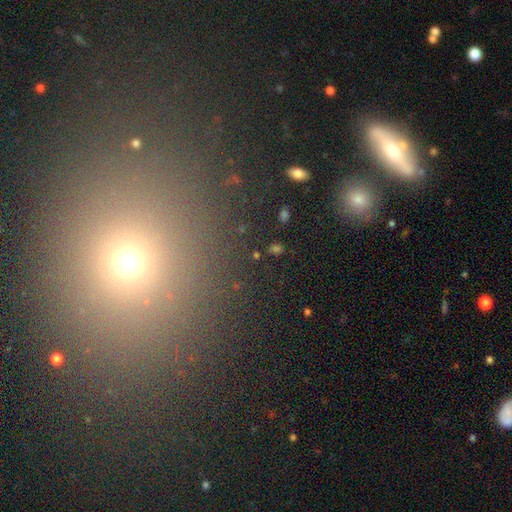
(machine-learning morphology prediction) smooth-or-featured: star or artifact: 46% | smooth: 39% | featured or disk: 15%